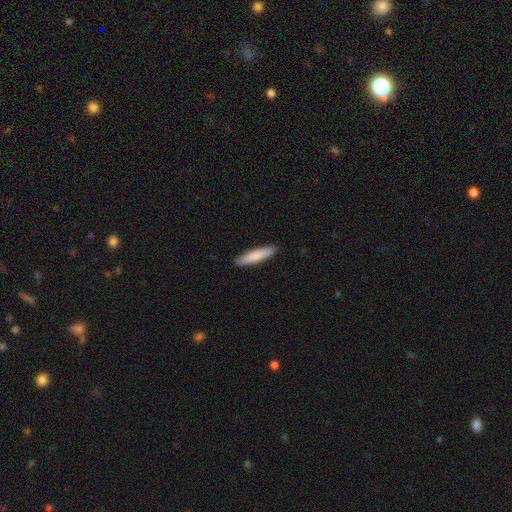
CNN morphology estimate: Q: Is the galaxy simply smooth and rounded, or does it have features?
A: smooth — 84%.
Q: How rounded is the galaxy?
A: cigar-shaped — 83%.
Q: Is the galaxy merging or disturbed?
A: none — 91%.